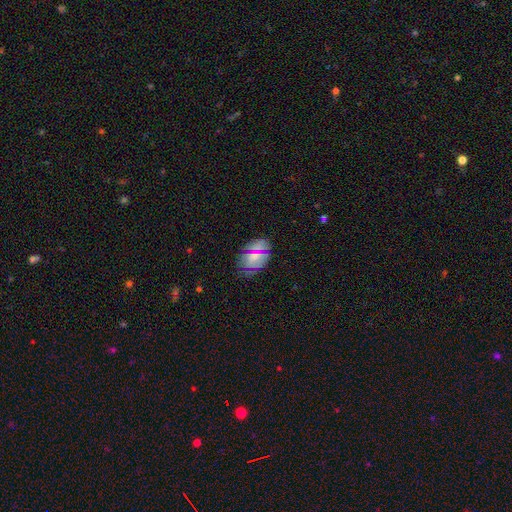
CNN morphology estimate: Q: Smooth or featured?
A: smooth (48%); runner-up: featured or disk (28%)
Q: Merging?
A: none (75%); runner-up: minor disturbance (17%)